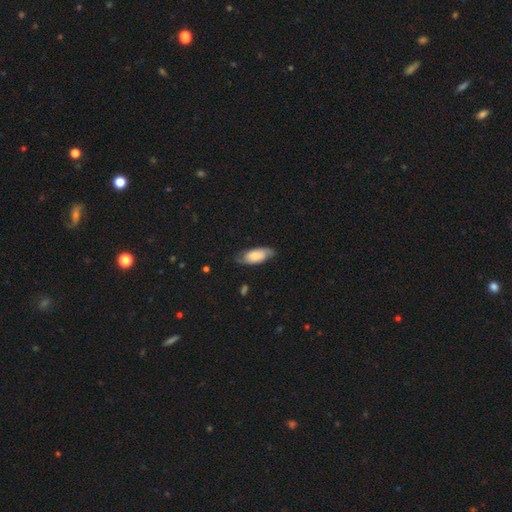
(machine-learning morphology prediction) Smooth or featured? smooth (53%)
How rounded? in between (86%)
Merging? none (71%)